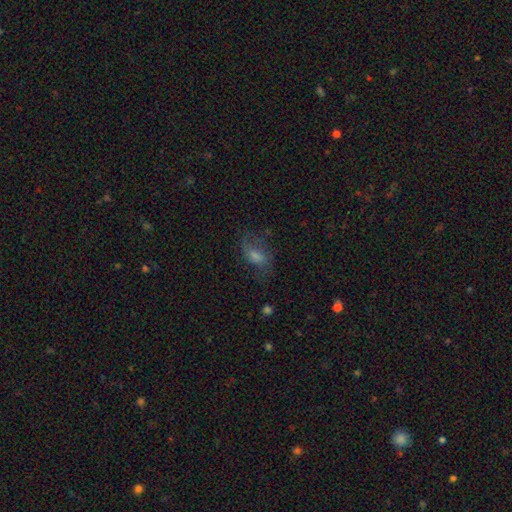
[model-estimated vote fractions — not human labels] Smooth or featured: smooth — 42% (featured or disk — 38%)
Merging: none — 59% (minor disturbance — 21%)